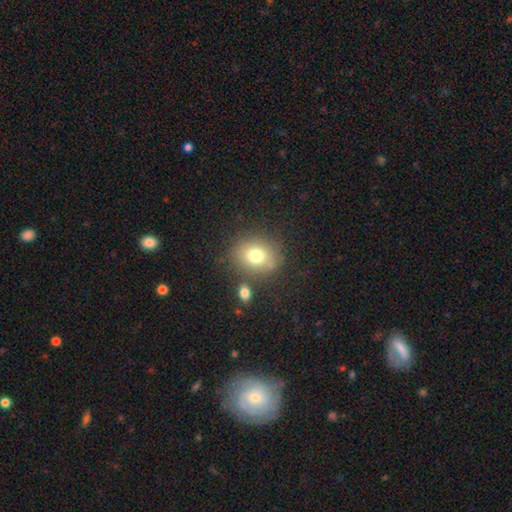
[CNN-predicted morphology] Overall: smooth (75%). How rounded: round (65%; in between 34%). Merging: none (76%).